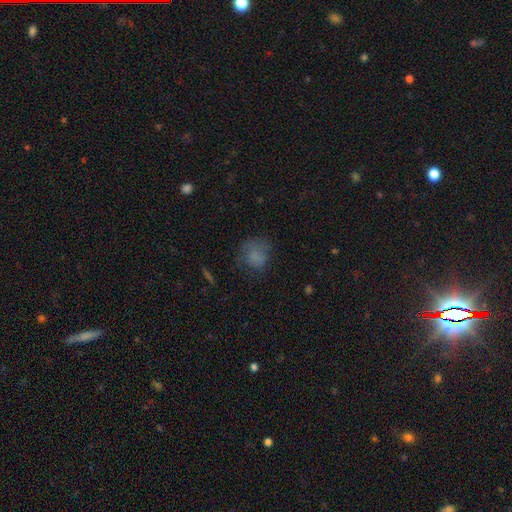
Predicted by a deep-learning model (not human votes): smooth_or_featured: smooth (p=0.69) [alt: featured or disk p=0.17]
how_rounded: round (p=0.68) [alt: in between p=0.31]
merging: none (p=0.50) [alt: minor disturbance p=0.25]